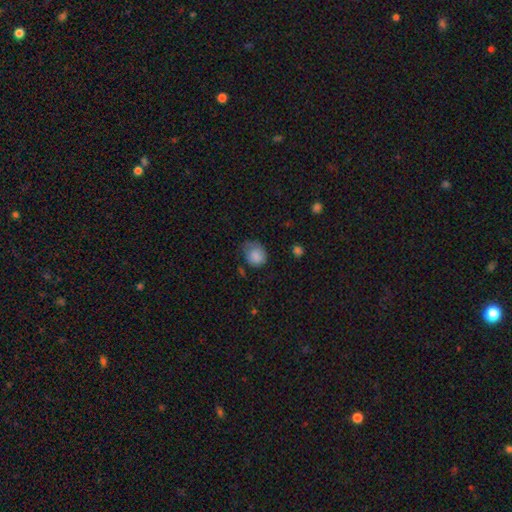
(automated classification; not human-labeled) This appears to be a smooth galaxy with no disk features (82%) that is round (63%). Merging: none (40%).